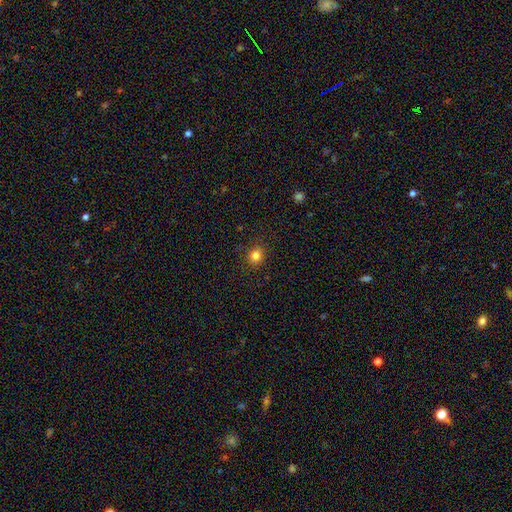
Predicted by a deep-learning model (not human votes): Smooth or featured?
  - smooth: 82% *
  - star or artifact: 12%
  - featured or disk: 5%
How rounded?
  - round: 85% *
  - in between: 14%
  - cigar-shaped: 1%
Merging?
  - none: 89% *
  - minor disturbance: 8%
  - major disturbance: 3%
  - merger: 1%